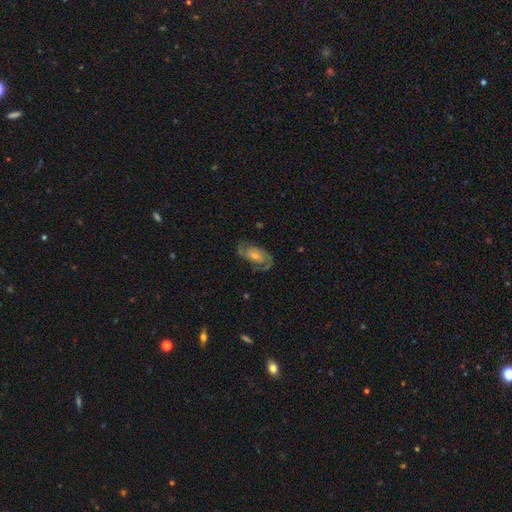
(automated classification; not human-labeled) Smooth or featured? Predicted: featured or disk (p=0.81). Edge-on disk? Predicted: no (p=0.95). Bar? Predicted: no (p=0.44). Spiral arms? Predicted: yes (p=0.94). Spiral winding? Predicted: medium (p=0.48). Spiral arm count? Predicted: 2 (p=0.84). Bulge size? Predicted: small (p=0.48). Merging? Predicted: none (p=0.77).